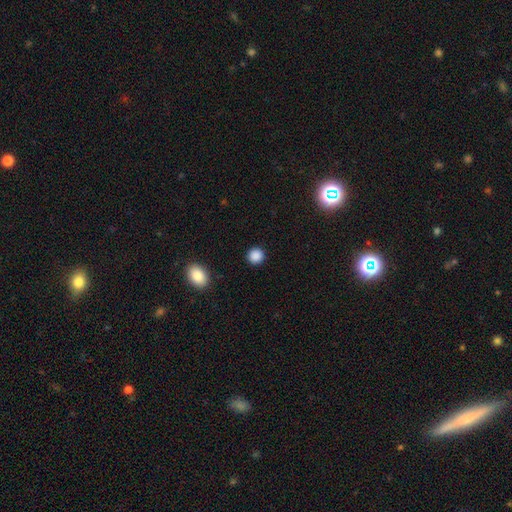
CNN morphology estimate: type=smooth (87%); roundness=round (92%); merging=none (91%).